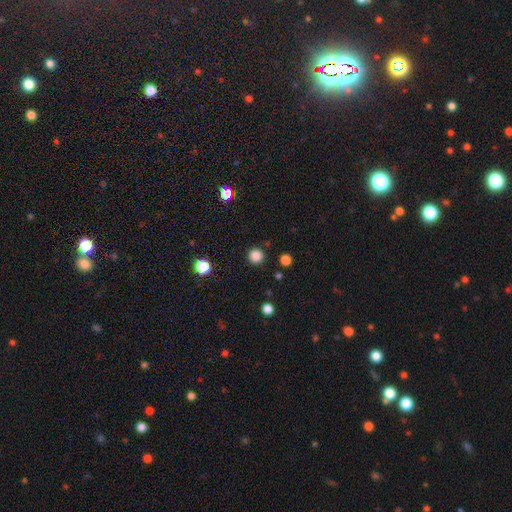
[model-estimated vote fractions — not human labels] Morphology: type=smooth (84%); roundness=round (96%); merging=none (91%).